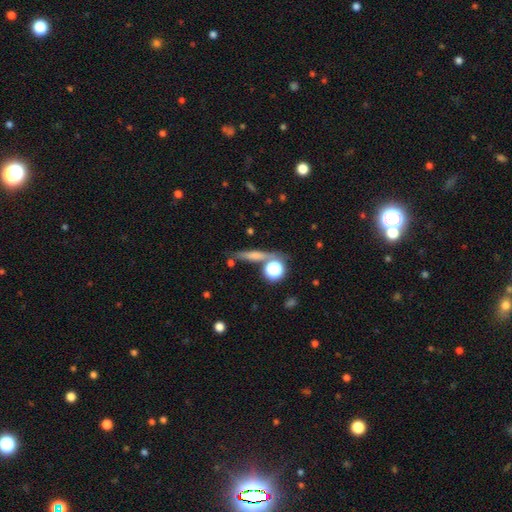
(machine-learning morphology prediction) smooth-or-featured: smooth: 55% | featured or disk: 30% | star or artifact: 15%
  how-rounded: cigar-shaped: 71% | round: 16% | in between: 14%
  merging: none: 74% | minor disturbance: 11% | merger: 10% | major disturbance: 4%